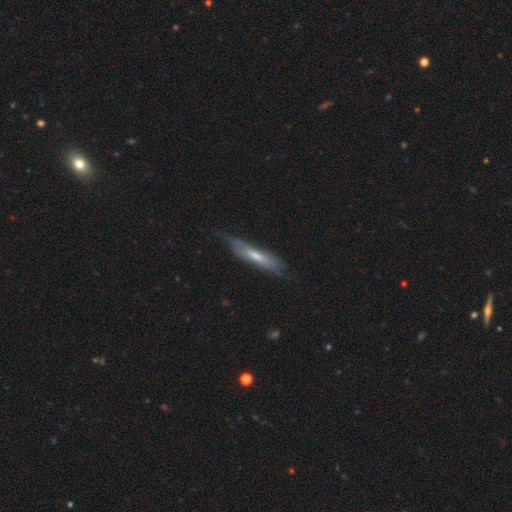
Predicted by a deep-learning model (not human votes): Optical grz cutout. It shows a featured or disk galaxy (49%). Merging: none (68%).